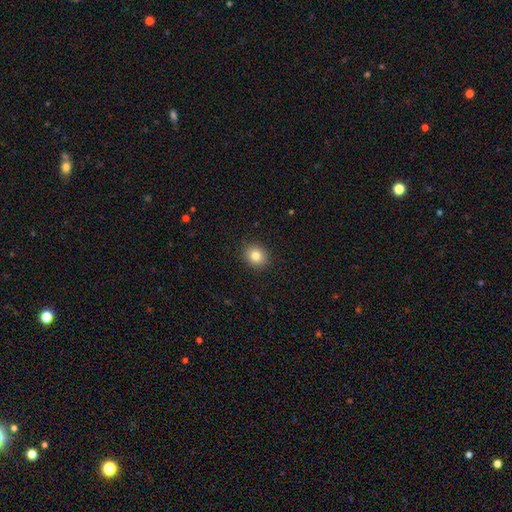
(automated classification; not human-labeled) The model was most divided on "how rounded": round: 71%, in between: 28%, cigar-shaped: 1%. More confident: merging — none (90%); smooth or featured — smooth (82%).